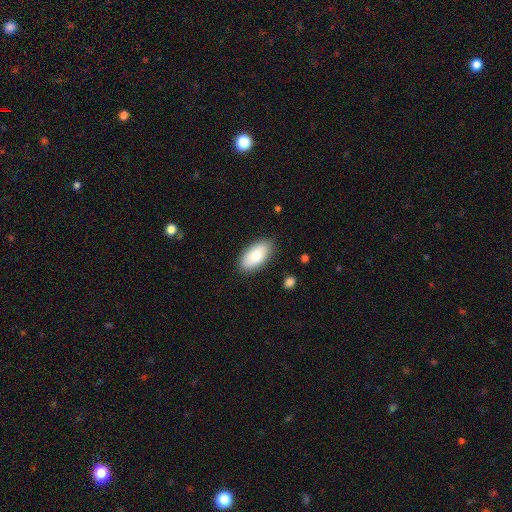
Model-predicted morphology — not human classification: Smooth or featured? smooth (82%)
How rounded? in between (94%)
Merging? none (86%)